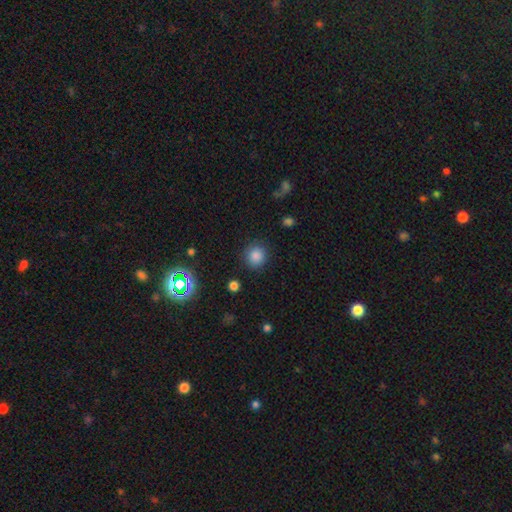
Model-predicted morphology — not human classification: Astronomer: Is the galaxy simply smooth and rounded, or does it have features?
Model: smooth — 83%.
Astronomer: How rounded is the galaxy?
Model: round — 91%.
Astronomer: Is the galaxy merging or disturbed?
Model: none — 88%.